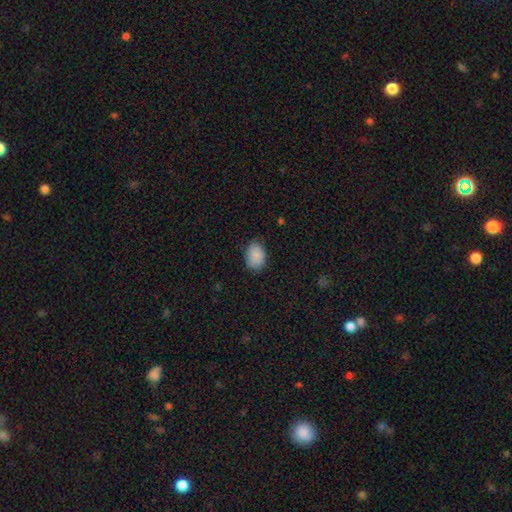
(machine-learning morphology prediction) The model was most divided on "how rounded": in between: 80%, round: 19%, cigar-shaped: 1%. More confident: smooth or featured — smooth (89%); merging — none (79%).